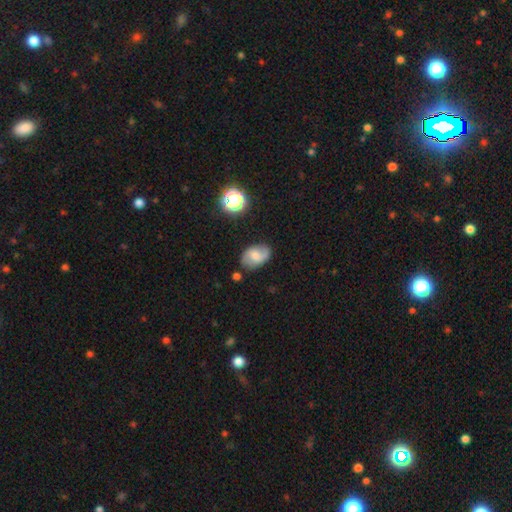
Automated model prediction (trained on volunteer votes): This is possibly a smooth galaxy (46%). Merging: likely none (75%).